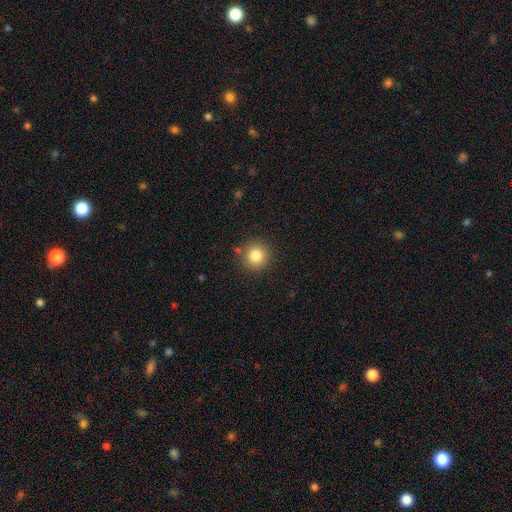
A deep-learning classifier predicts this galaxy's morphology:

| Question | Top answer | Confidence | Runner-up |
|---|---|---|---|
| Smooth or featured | smooth | 83% | star or artifact (11%) |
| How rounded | round | 94% | in between (5%) |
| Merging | none | 88% | minor disturbance (7%) |